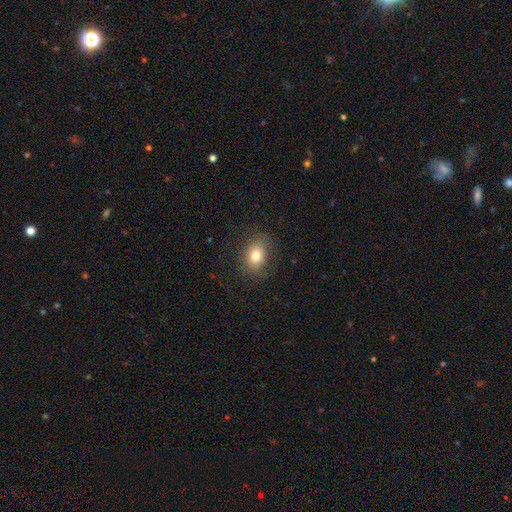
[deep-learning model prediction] Overall: smooth (79%). How rounded: in between (68%; round 31%). Merging: none (81%).